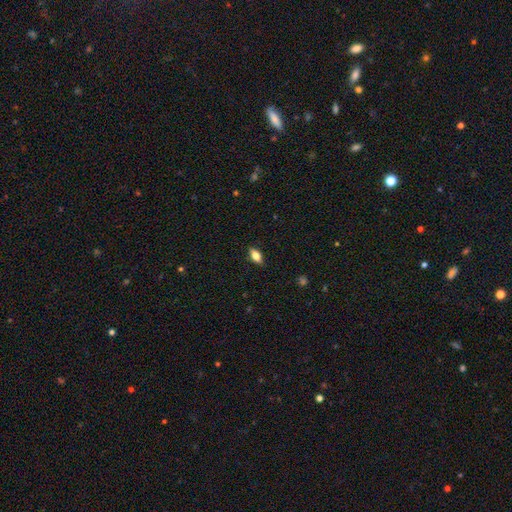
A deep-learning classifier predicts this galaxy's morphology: Smooth or featured?
  - smooth: 72% *
  - featured or disk: 20%
  - star or artifact: 8%
How rounded?
  - in between: 85% *
  - cigar-shaped: 11%
  - round: 4%
Merging?
  - none: 87% *
  - minor disturbance: 10%
  - major disturbance: 2%
  - merger: 1%